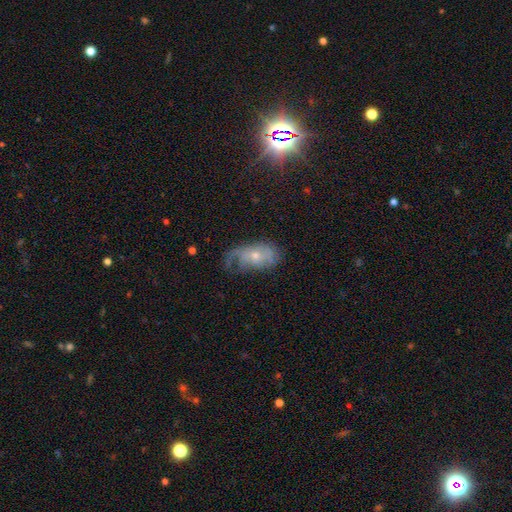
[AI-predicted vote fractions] smooth-or-featured: featured or disk: 59% | smooth: 32% | star or artifact: 9%
  disk-edge-on: no: 92% | yes: 8%
    bar: no: 78% | weak: 18% | strong: 3%
    has-spiral-arms: yes: 73% | no: 27%
    bulge-size: small: 57% | moderate: 39% | large: 2% | none: 2% | dominant: 1%
  merging: none: 41% | minor disturbance: 29% | major disturbance: 28% | merger: 2%